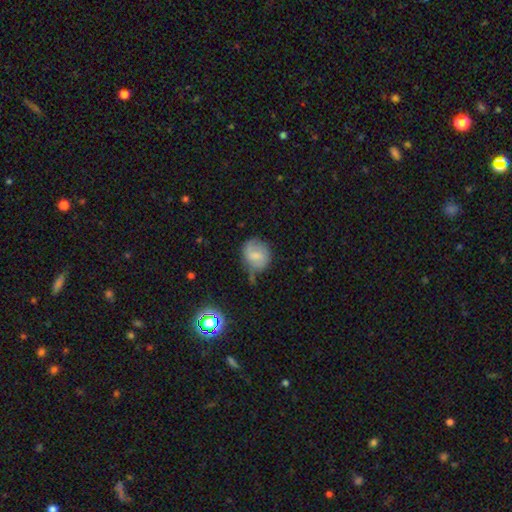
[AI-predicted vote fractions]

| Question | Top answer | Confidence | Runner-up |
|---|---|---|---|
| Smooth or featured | smooth | 59% | featured or disk (31%) |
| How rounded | round | 70% | in between (29%) |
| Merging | none | 49% | minor disturbance (33%) |